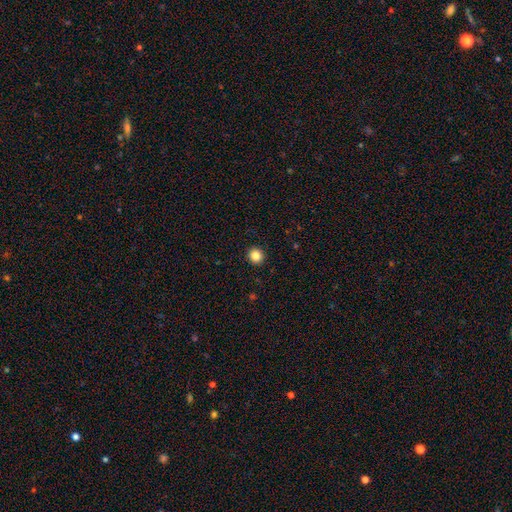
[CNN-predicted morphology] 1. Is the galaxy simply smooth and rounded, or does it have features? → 85% smooth, 11% star or artifact, 4% featured or disk.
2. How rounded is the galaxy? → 92% round, 7% in between, 1% cigar-shaped.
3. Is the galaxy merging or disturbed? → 93% none, 4% minor disturbance, 2% major disturbance, 1% merger.